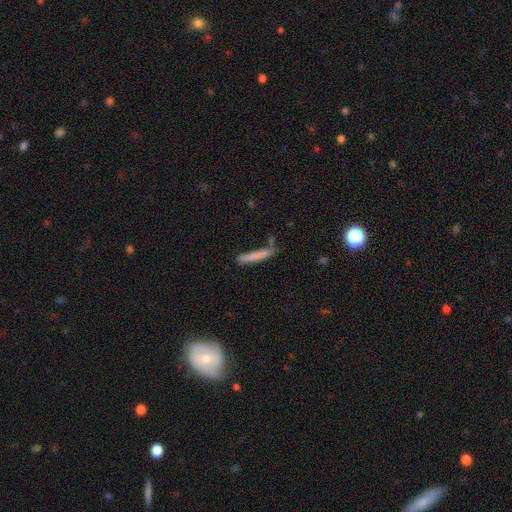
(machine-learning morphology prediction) Smooth or featured? Predicted: smooth (p=0.76). How rounded? Predicted: cigar-shaped (p=0.94). Merging? Predicted: none (p=0.73).